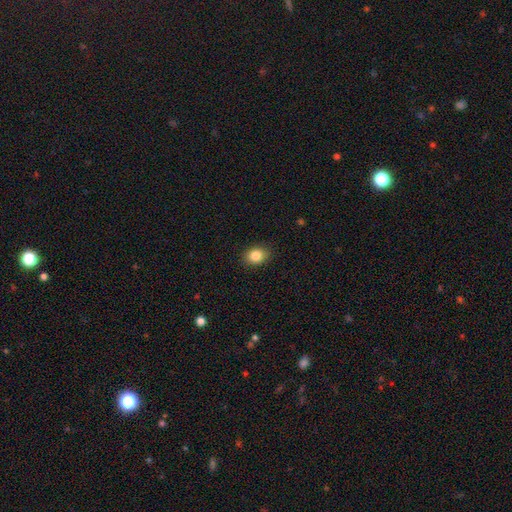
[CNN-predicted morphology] A smooth galaxy with no disk features (85%) that is in between round and cigar-shaped (53%).

Vote fractions:
- Smooth or featured? smooth: 85% / star or artifact: 9% / featured or disk: 6%
- How rounded? in between: 53% / round: 46% / cigar-shaped: 1%
- Merging? none: 88% / minor disturbance: 9% / major disturbance: 2% / merger: 1%